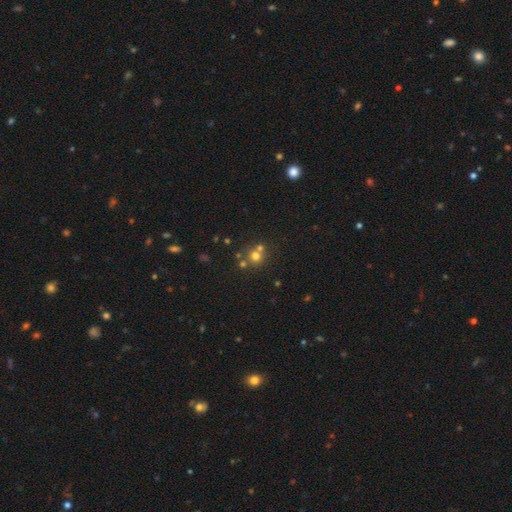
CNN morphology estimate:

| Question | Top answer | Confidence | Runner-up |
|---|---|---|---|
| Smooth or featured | smooth | 66% | star or artifact (20%) |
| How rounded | round | 89% | in between (10%) |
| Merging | none | 57% | merger (33%) |